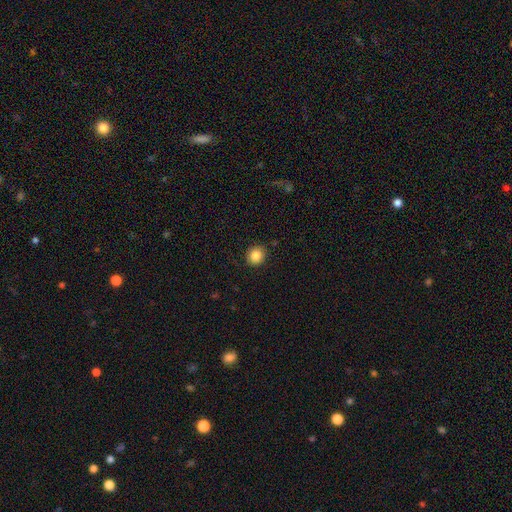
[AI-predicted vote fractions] smooth-or-featured: smooth: 85% | star or artifact: 10% | featured or disk: 5%
  how-rounded: round: 86% | in between: 13% | cigar-shaped: 1%
  merging: none: 89% | minor disturbance: 8% | major disturbance: 2% | merger: 1%